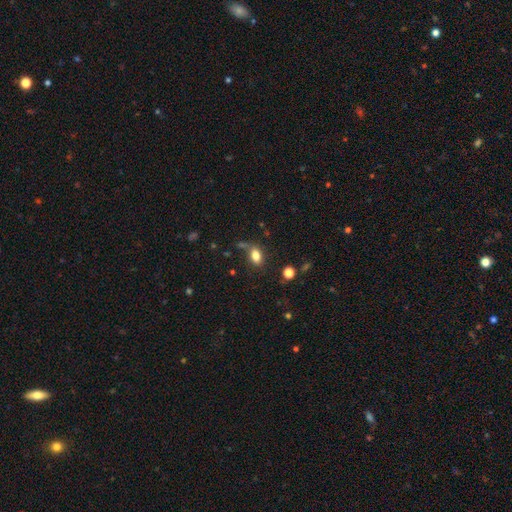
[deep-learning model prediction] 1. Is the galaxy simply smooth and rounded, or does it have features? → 81% smooth, 10% star or artifact, 8% featured or disk.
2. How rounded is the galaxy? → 84% in between, 13% round, 2% cigar-shaped.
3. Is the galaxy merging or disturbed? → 64% none, 19% minor disturbance, 9% merger, 7% major disturbance.